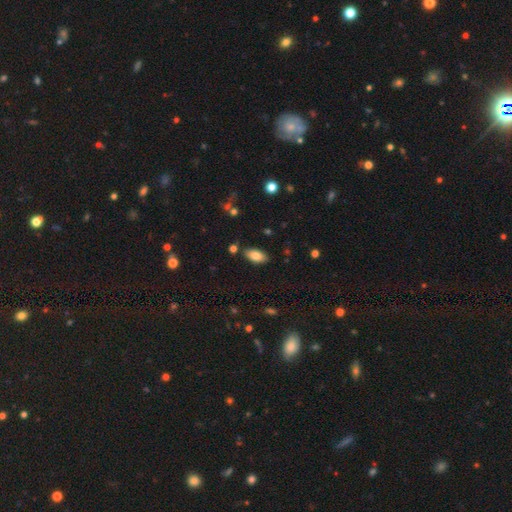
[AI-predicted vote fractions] A smooth galaxy with no disk features (82%) that is in between round and cigar-shaped (93%).

Vote fractions:
- Smooth or featured? smooth: 82% / featured or disk: 10% / star or artifact: 8%
- How rounded? in between: 93% / cigar-shaped: 4% / round: 3%
- Merging? none: 84% / minor disturbance: 10% / merger: 3% / major disturbance: 2%